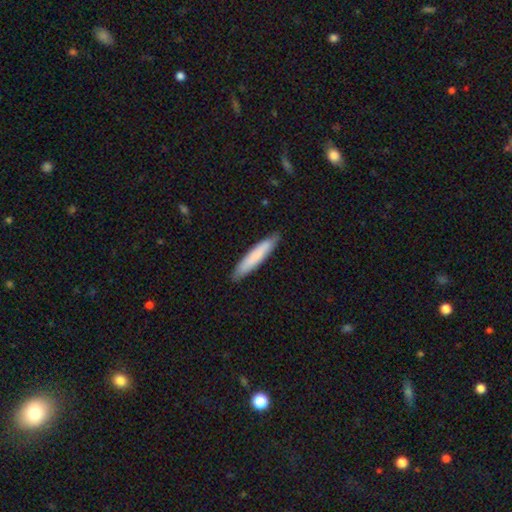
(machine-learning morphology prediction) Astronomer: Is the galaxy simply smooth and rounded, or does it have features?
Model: smooth — 77%.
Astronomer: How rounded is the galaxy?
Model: cigar-shaped — 90%.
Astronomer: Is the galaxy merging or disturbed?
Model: none — 88%.